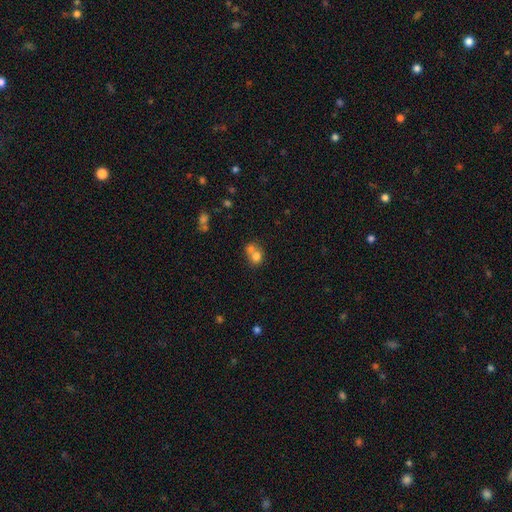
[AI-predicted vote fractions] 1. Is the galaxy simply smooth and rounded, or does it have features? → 72% smooth, 17% featured or disk, 12% star or artifact.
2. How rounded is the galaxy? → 68% round, 31% in between, 1% cigar-shaped.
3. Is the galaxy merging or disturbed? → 62% merger, 28% none, 6% minor disturbance, 3% major disturbance.